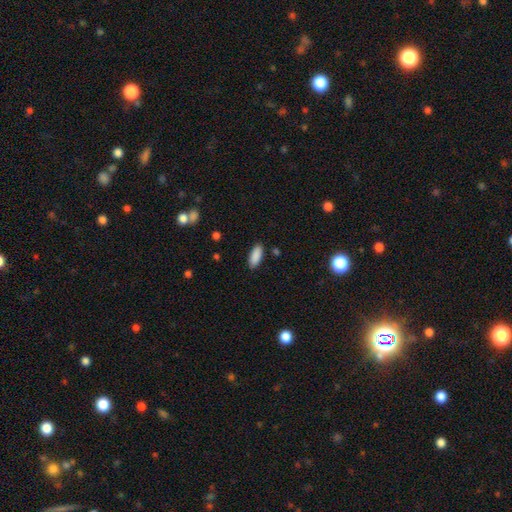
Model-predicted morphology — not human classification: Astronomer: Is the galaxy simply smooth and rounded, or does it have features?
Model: smooth — 89%.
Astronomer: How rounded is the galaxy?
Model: in between — 78%.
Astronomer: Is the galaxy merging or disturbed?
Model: none — 88%.